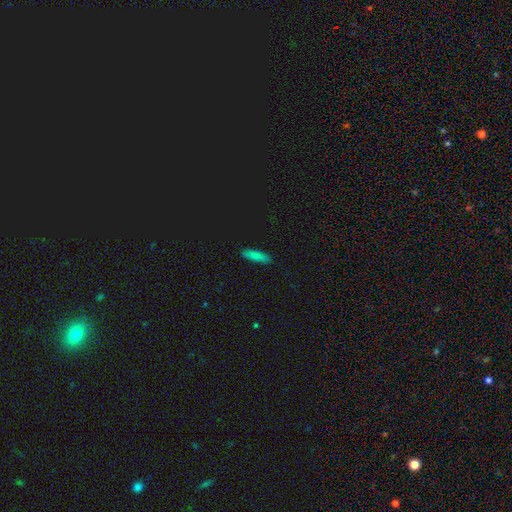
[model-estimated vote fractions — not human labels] Smooth or featured? smooth (80%)
How rounded? cigar-shaped (54%)
Merging? none (88%)